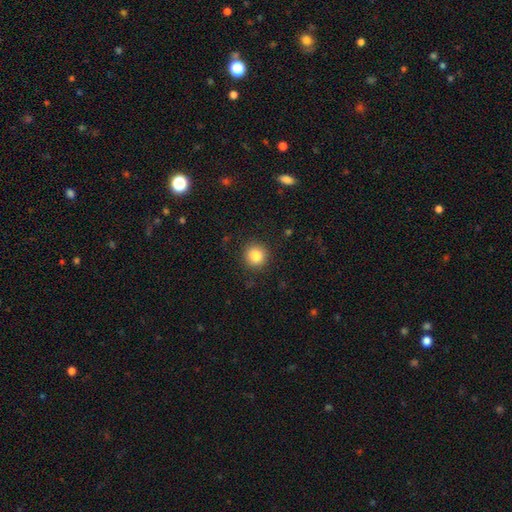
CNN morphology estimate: Smooth or featured?
  - smooth: 84% *
  - star or artifact: 10%
  - featured or disk: 6%
How rounded?
  - round: 92% *
  - in between: 7%
  - cigar-shaped: 1%
Merging?
  - none: 90% *
  - minor disturbance: 7%
  - major disturbance: 2%
  - merger: 1%